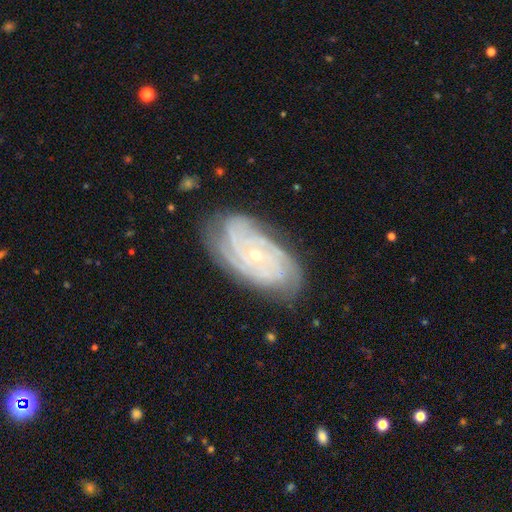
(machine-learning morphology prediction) Q: Smooth or featured?
A: featured or disk (88%); runner-up: star or artifact (6%)
Q: Edge-on disk?
A: no (96%); runner-up: yes (4%)
Q: Bar?
A: no (73%); runner-up: weak (20%)
Q: Spiral arms?
A: yes (98%); runner-up: no (2%)
Q: Spiral winding?
A: tight (77%); runner-up: medium (20%)
Q: Spiral arm count?
A: 4 (29%); runner-up: 3 (26%)
Q: Bulge size?
A: small (73%); runner-up: moderate (24%)
Q: Merging?
A: none (78%); runner-up: minor disturbance (16%)